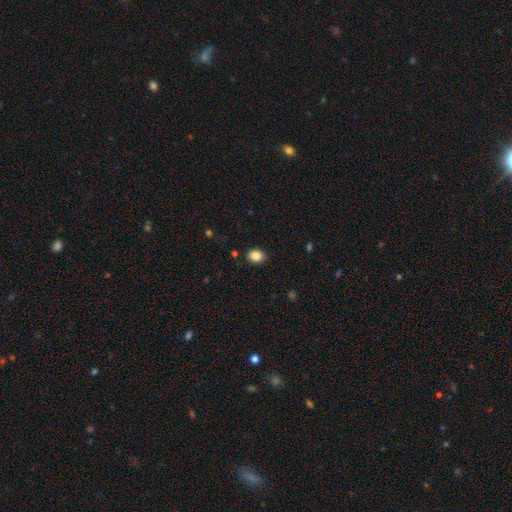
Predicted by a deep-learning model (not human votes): Q: Smooth or featured?
A: smooth (85%); runner-up: star or artifact (10%)
Q: How rounded?
A: round (57%); runner-up: in between (42%)
Q: Merging?
A: none (89%); runner-up: minor disturbance (7%)